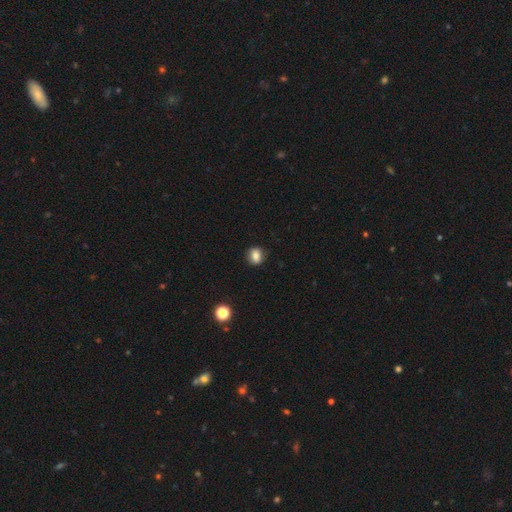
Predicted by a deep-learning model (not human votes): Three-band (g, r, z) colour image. It shows a smooth galaxy with no disk features (82%) that is round (74%). Merging: none (88%).